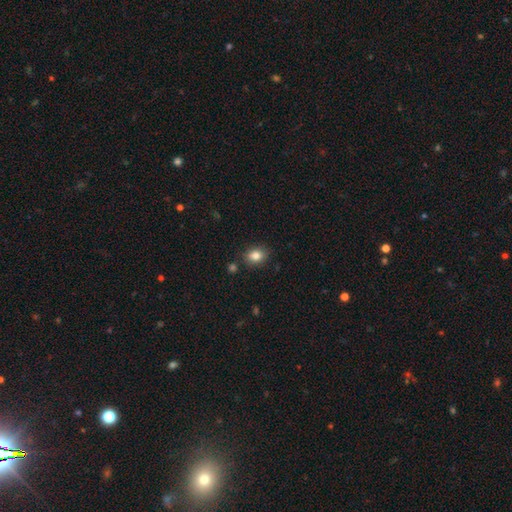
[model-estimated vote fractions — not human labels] Overall: smooth (83%). How rounded: in between (59%; round 39%). Merging: none (83%).